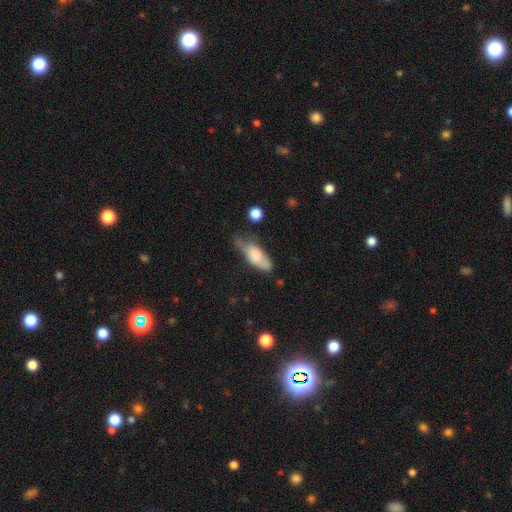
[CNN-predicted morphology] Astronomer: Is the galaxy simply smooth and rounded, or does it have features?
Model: smooth — 71%.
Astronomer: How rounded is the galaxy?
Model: in between — 73%.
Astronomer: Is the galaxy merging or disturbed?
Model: none — 41% (runner-up: minor disturbance, 38%).